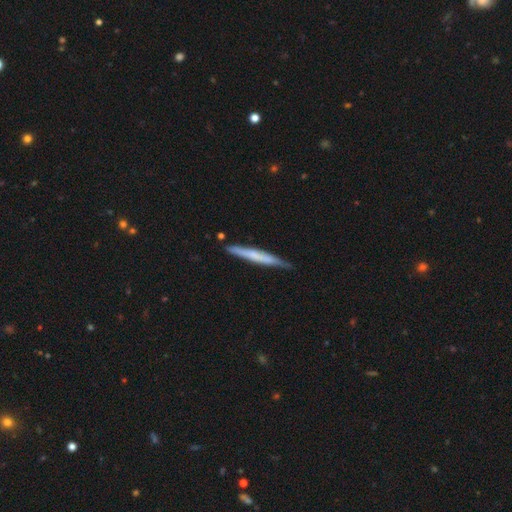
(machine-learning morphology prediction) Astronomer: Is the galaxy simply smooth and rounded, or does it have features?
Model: smooth — 50% (runner-up: featured or disk, 45%).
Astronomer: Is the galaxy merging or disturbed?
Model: none — 81%.